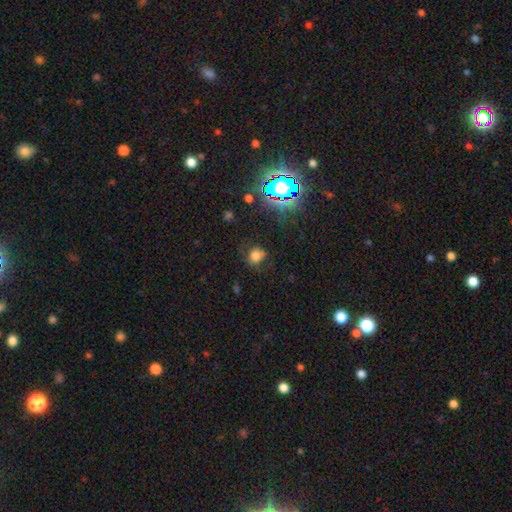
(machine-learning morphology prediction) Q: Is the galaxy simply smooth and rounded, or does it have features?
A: smooth — 67%.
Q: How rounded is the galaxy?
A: round — 64%.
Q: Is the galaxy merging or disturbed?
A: none — 58%.